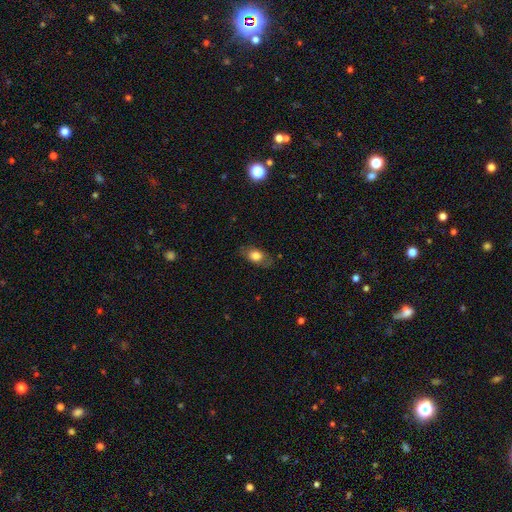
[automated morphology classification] type=smooth (72%); roundness=in between (82%); merging=none (76%).